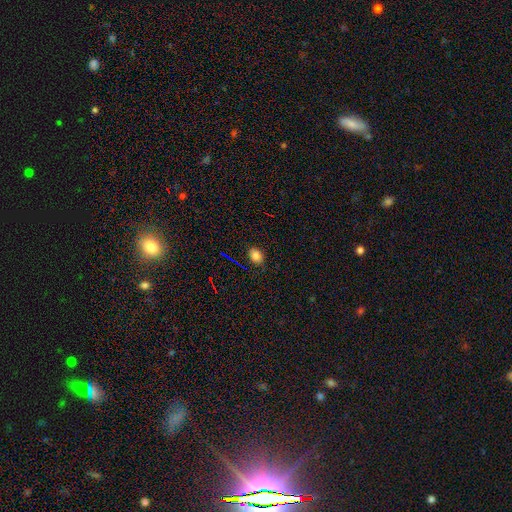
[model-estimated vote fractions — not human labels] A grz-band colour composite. It shows a smooth galaxy with no disk features (79%) that is in between round and cigar-shaped (58%). Merging: none (85%).